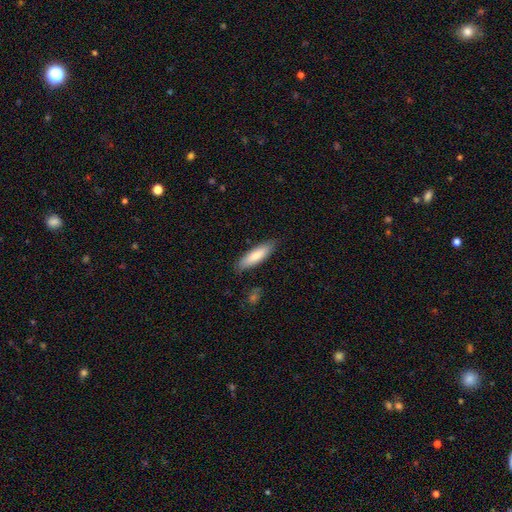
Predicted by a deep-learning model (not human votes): Smooth or featured? smooth (80%)
How rounded? cigar-shaped (60%)
Merging? none (85%)